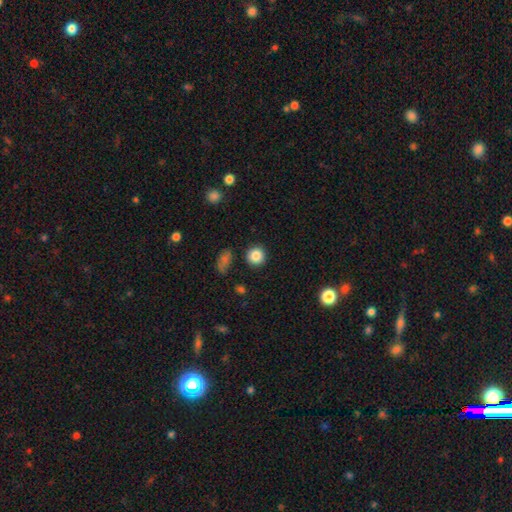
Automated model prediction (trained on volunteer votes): Smooth or featured: smooth — 86% (star or artifact — 10%)
How rounded: round — 92% (in between — 7%)
Merging: none — 89% (minor disturbance — 7%)